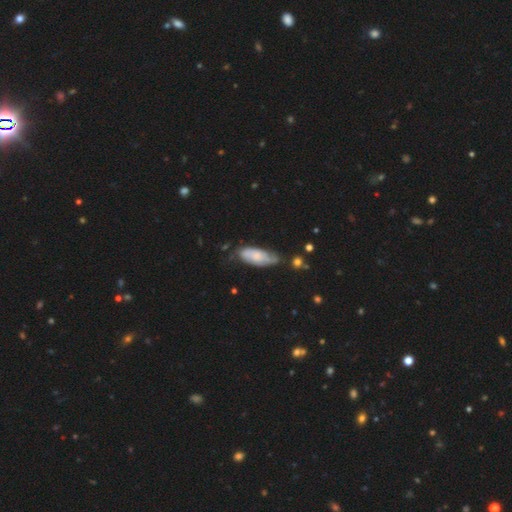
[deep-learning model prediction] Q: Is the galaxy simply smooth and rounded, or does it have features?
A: smooth — 52%.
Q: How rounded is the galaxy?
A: in between — 75%.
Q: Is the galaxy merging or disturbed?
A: none — 53%.